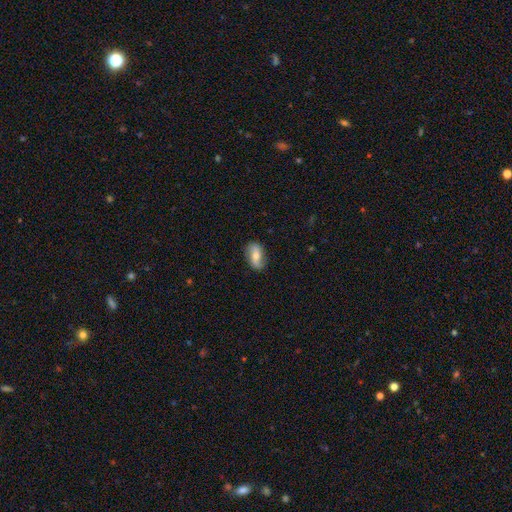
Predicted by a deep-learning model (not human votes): Q: Smooth or featured?
A: featured or disk (46%); tied with: smooth (46%)
Q: Merging?
A: none (79%); runner-up: minor disturbance (16%)